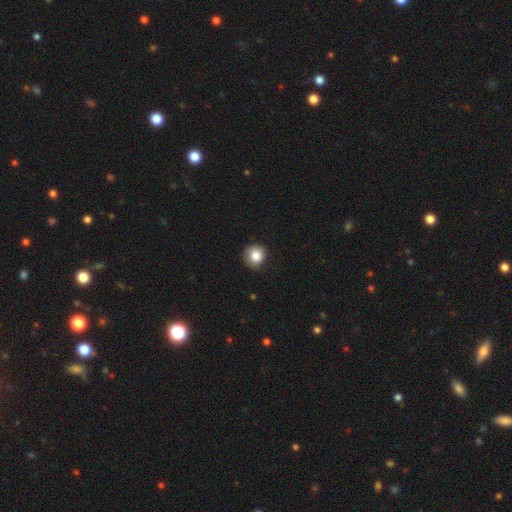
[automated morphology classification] Smooth or featured: smooth — 83% (star or artifact — 10%)
How rounded: round — 90% (in between — 9%)
Merging: none — 81% (minor disturbance — 15%)